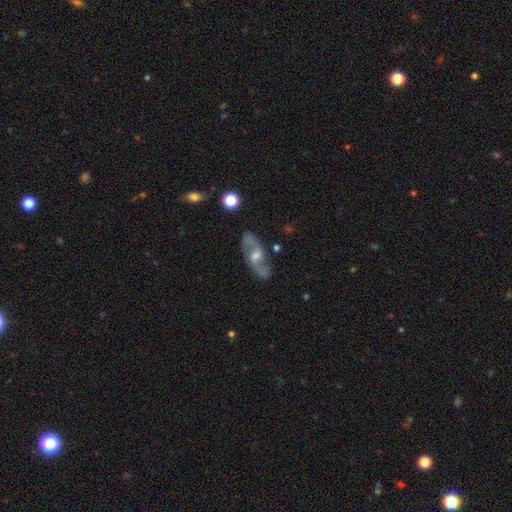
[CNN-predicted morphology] Smooth or featured? featured or disk (81%)
Edge-on disk? no (89%)
Bar? weak (44%, tied with no)
Spiral arms? yes (91%)
Spiral winding? medium (45%)
Spiral arm count? 2 (90%)
Bulge size? moderate (59%)
Merging? none (82%)